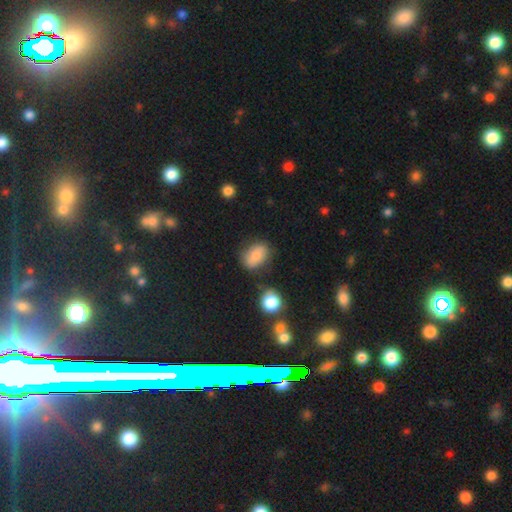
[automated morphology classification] Q: Smooth or featured?
A: smooth (77%); runner-up: featured or disk (14%)
Q: How rounded?
A: in between (77%); runner-up: round (21%)
Q: Merging?
A: none (70%); runner-up: minor disturbance (19%)